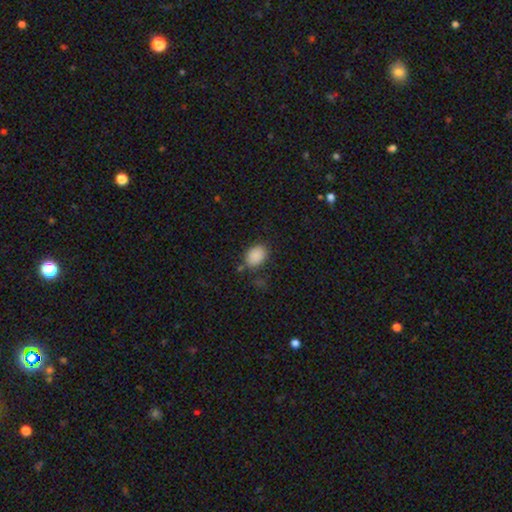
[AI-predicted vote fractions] smooth-or-featured: smooth: 88% | star or artifact: 8% | featured or disk: 4%
  how-rounded: in between: 72% | round: 27% | cigar-shaped: 1%
  merging: none: 76% | minor disturbance: 15% | major disturbance: 5% | merger: 4%